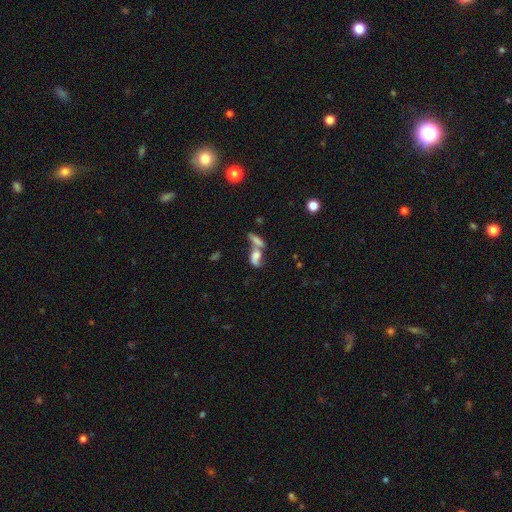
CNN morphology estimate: Smooth or featured? smooth (53%)
How rounded? in between (72%)
Merging? merger (61%)